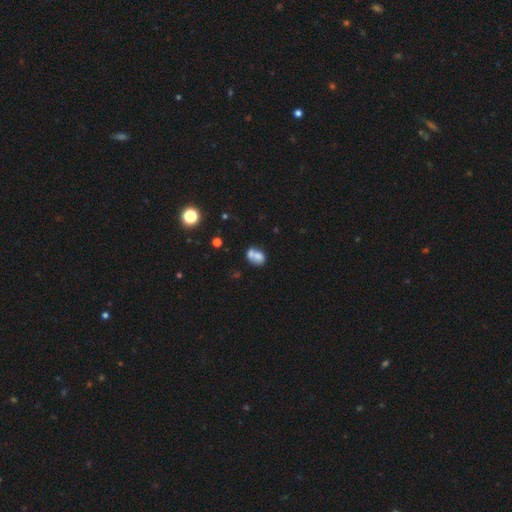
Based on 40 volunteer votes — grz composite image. It shows a smooth galaxy with no disk features (70%) that is in between round and cigar-shaped (68%). Merging: merger (39%).